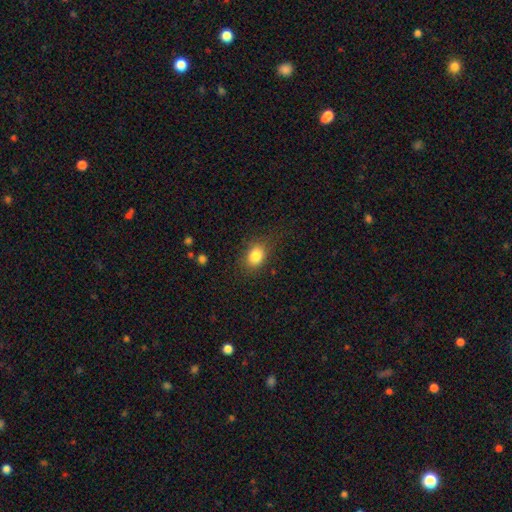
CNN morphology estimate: A smooth galaxy with no disk features (84%) that is in between round and cigar-shaped (58%).

Vote fractions:
- Smooth or featured? smooth: 84% / star or artifact: 10% / featured or disk: 6%
- How rounded? in between: 58% / round: 41% / cigar-shaped: 1%
- Merging? none: 79% / minor disturbance: 15% / major disturbance: 6% / merger: 1%